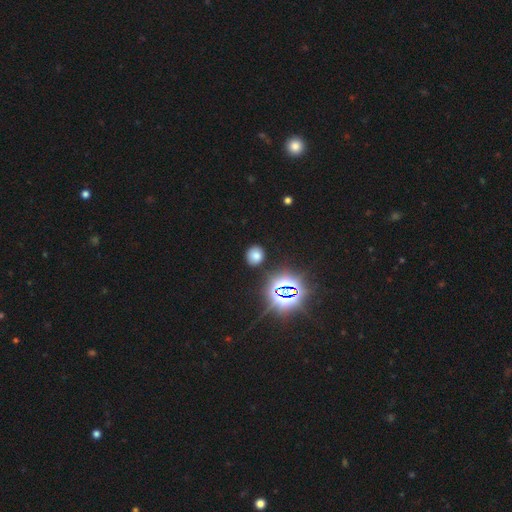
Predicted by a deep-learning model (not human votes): Smooth or featured? smooth (67%)
How rounded? round (72%)
Merging? none (86%)